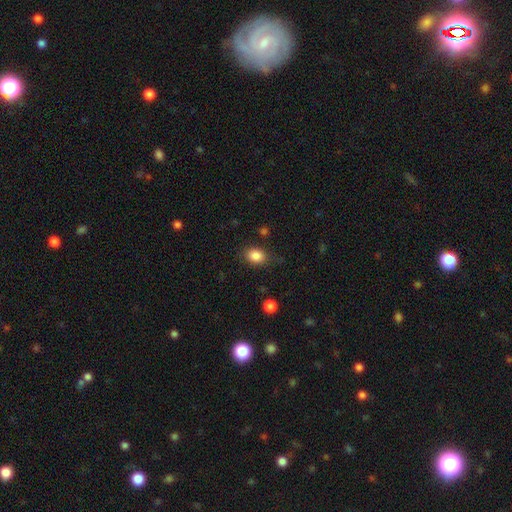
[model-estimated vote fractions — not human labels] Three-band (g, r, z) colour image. It shows a smooth galaxy with no disk features (86%) that is in between round and cigar-shaped (67%). Merging: none (80%).